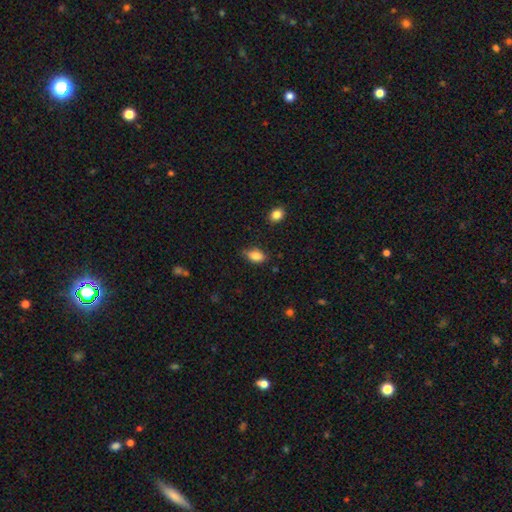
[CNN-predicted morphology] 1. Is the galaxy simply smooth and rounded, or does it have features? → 84% smooth, 9% star or artifact, 7% featured or disk.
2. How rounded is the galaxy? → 88% in between, 8% round, 3% cigar-shaped.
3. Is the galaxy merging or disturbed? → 74% none, 21% minor disturbance, 3% major disturbance, 2% merger.